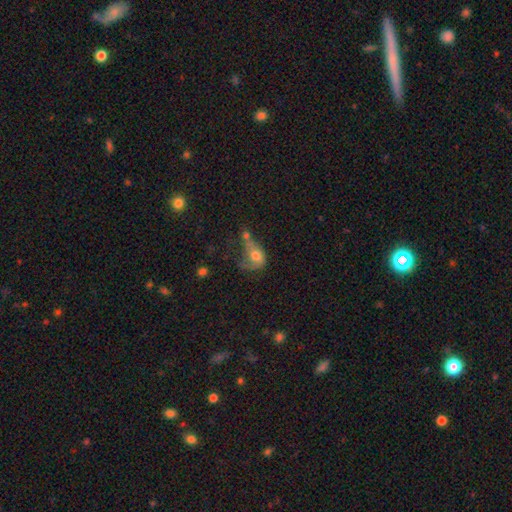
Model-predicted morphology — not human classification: Q: Smooth or featured?
A: smooth (63%); runner-up: featured or disk (26%)
Q: How rounded?
A: in between (66%); runner-up: round (31%)
Q: Merging?
A: merger (36%); runner-up: major disturbance (33%)